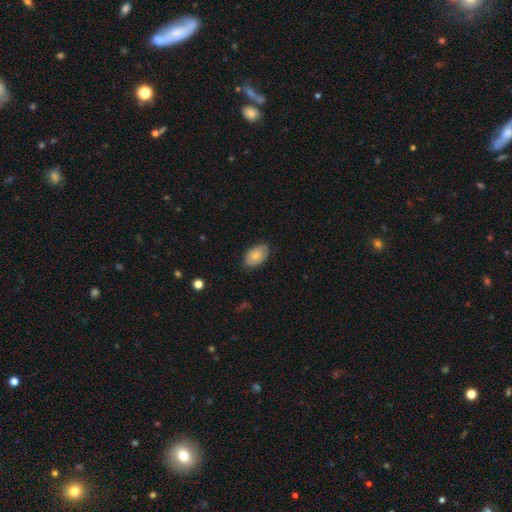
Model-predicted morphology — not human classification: smooth-or-featured: smooth: 68% | featured or disk: 25% | star or artifact: 6%
  how-rounded: in between: 90% | round: 9% | cigar-shaped: 1%
  merging: none: 79% | minor disturbance: 17% | major disturbance: 3% | merger: 1%